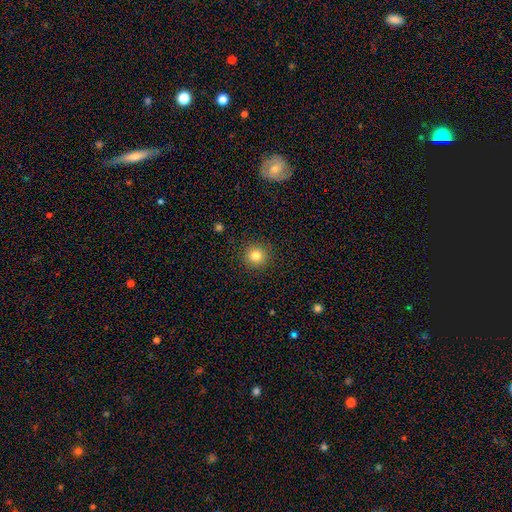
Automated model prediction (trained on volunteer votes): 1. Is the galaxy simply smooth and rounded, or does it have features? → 82% smooth, 12% star or artifact, 7% featured or disk.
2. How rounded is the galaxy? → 94% round, 5% in between, 1% cigar-shaped.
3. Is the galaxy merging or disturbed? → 91% none, 6% minor disturbance, 2% major disturbance, 1% merger.